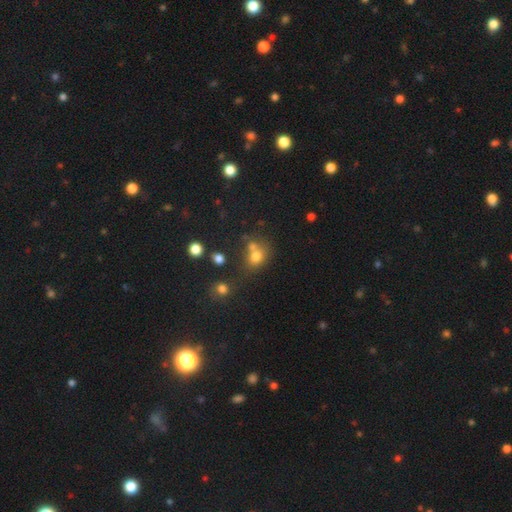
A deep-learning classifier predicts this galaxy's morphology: Smooth or featured?
  - smooth: 72% *
  - star or artifact: 16%
  - featured or disk: 12%
How rounded?
  - round: 62% *
  - in between: 37%
  - cigar-shaped: 1%
Merging?
  - none: 45% *
  - merger: 36%
  - minor disturbance: 13%
  - major disturbance: 7%